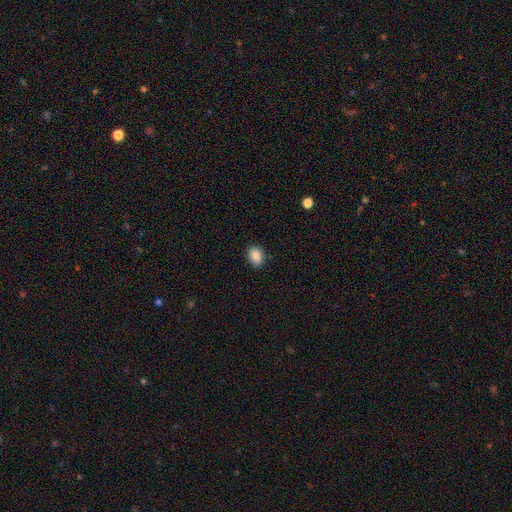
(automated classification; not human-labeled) smooth_or_featured: smooth (p=0.88) [alt: star or artifact p=0.08]
how_rounded: in between (p=0.67) [alt: round p=0.32]
merging: none (p=0.86) [alt: minor disturbance p=0.11]